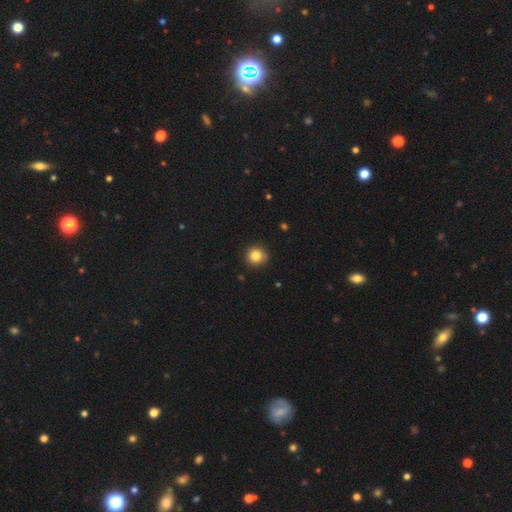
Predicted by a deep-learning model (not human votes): Smooth or featured? smooth (84%)
How rounded? round (93%)
Merging? none (85%)